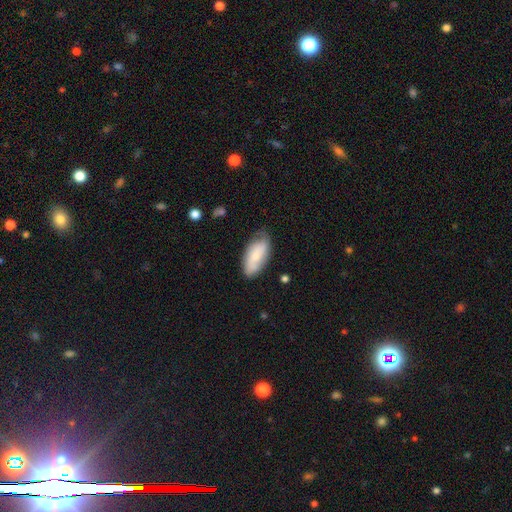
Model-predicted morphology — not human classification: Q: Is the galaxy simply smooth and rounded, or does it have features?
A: smooth — 61%.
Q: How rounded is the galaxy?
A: in between — 89%.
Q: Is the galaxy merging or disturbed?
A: none — 67%.